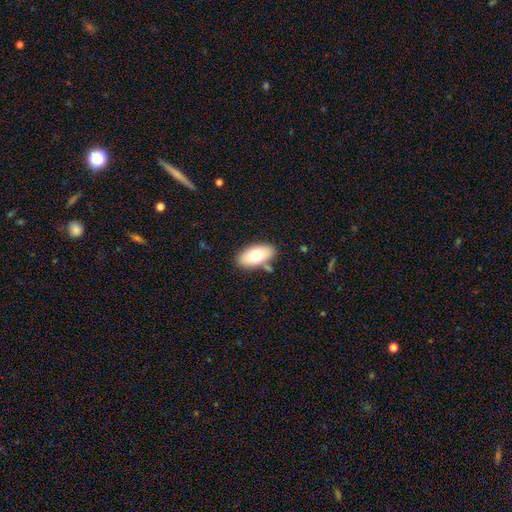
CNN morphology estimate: This is likely a smooth galaxy (73%). How rounded: clearly in between (93%). Merging: likely none (76%).